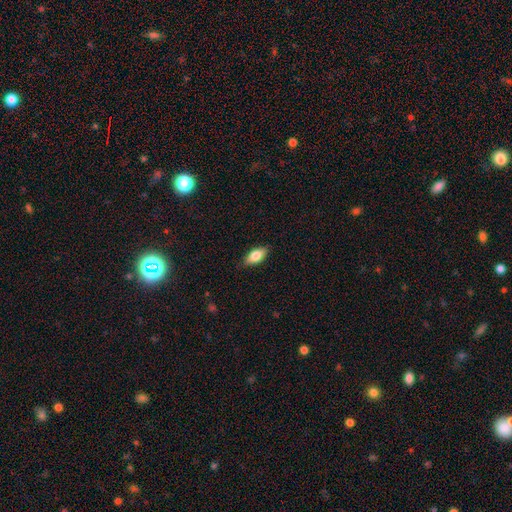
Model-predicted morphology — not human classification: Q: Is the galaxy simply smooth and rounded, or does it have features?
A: smooth — 77%.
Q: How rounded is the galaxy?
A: in between — 86%.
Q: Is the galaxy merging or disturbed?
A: none — 86%.